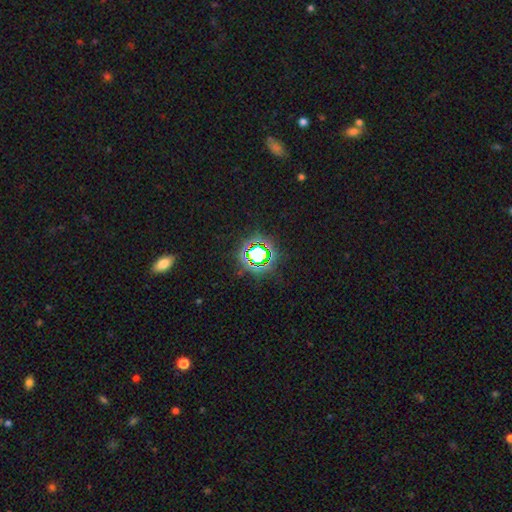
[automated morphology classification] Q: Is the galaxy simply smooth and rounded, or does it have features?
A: star or artifact — 66%.